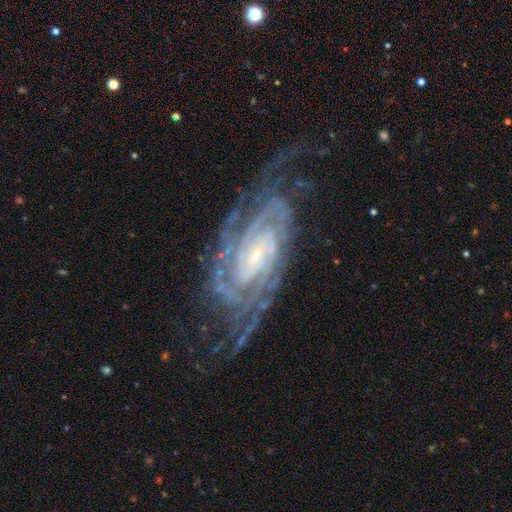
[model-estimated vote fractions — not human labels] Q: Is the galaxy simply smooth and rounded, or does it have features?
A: featured or disk — 91%.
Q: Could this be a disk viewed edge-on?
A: no — 95%.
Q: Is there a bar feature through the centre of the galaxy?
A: no — 44%.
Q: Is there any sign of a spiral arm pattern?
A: yes — 98%.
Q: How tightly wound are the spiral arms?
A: tight — 71%.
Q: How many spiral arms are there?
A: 2 — 28%.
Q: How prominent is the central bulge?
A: small — 75%.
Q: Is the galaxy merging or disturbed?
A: none — 69%.